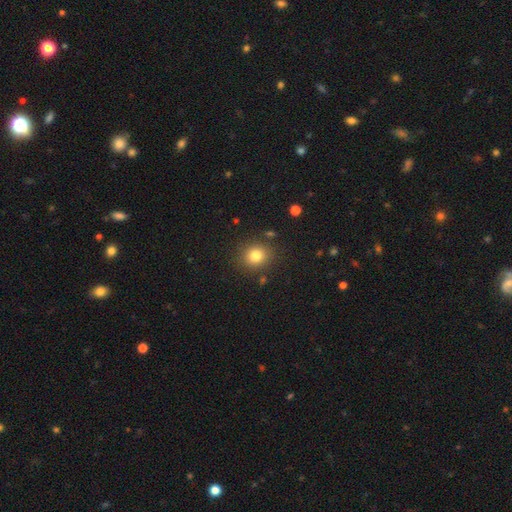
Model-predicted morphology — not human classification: Smooth or featured? Predicted: smooth (p=0.81). How rounded? Predicted: round (p=0.82). Merging? Predicted: none (p=0.86).